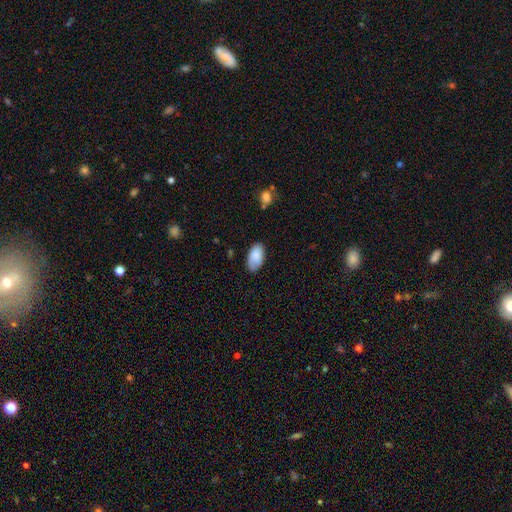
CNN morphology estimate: Smooth or featured? smooth (84%)
How rounded? in between (95%)
Merging? none (73%)